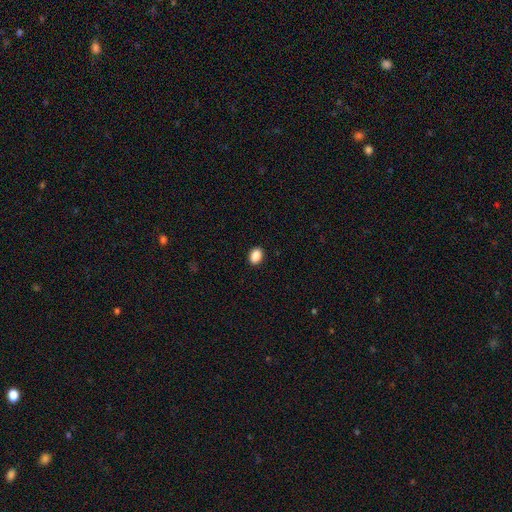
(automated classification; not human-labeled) The model was most divided on "how rounded": in between: 77%, round: 22%, cigar-shaped: 1%. More confident: merging — none (91%); smooth or featured — smooth (90%).